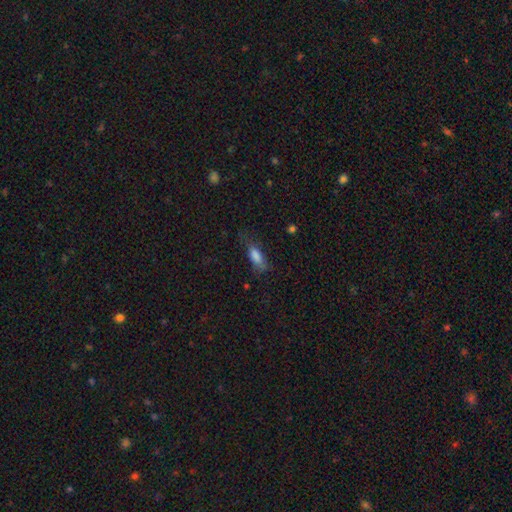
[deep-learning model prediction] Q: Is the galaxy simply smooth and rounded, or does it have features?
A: smooth — 78%.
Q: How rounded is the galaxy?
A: in between — 69%.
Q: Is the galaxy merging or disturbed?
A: none — 55%.